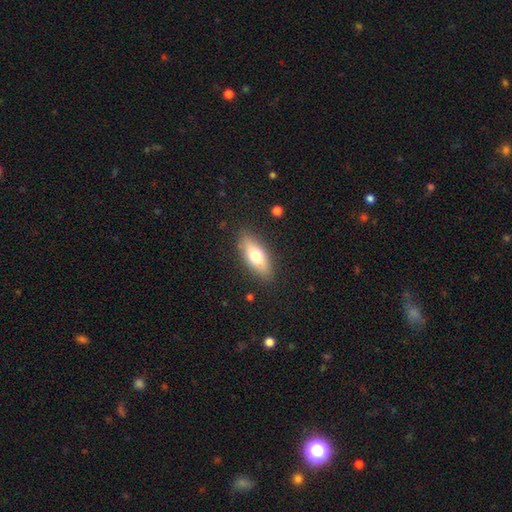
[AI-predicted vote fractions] smooth 66%, featured or disk 27%, star or artifact 7%. Down the decision tree: how rounded — in between (74%); merging — none (85%).